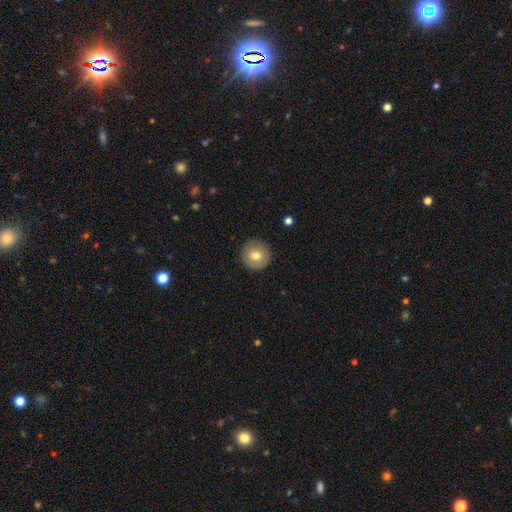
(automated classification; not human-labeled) This is likely a smooth galaxy (70%). How rounded: clearly round (95%). Merging: clearly none (90%).